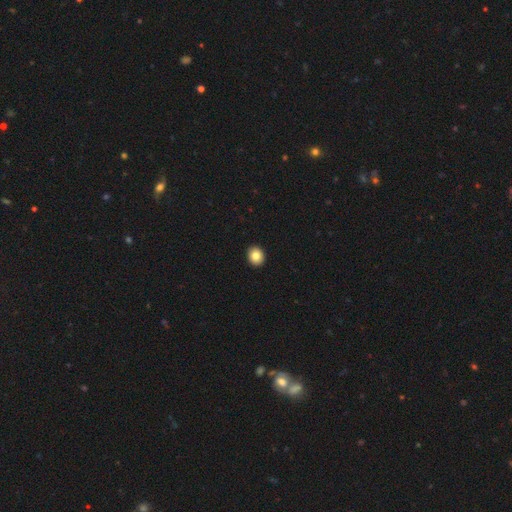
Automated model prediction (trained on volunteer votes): smooth 84%, star or artifact 9%, featured or disk 7%. Down the decision tree: how rounded — round (70%); merging — none (93%).